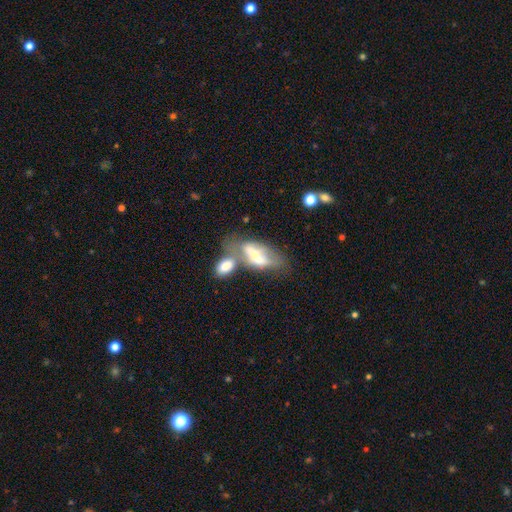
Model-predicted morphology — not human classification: Q: Smooth or featured?
A: featured or disk (50%); runner-up: smooth (43%)
Q: Merging?
A: merger (53%); runner-up: none (20%)